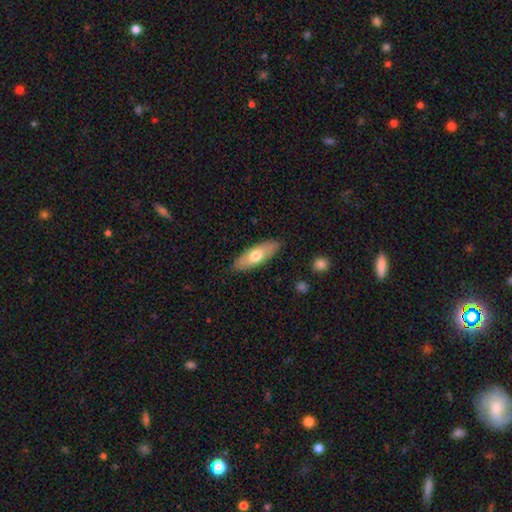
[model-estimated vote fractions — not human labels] Smooth or featured: smooth — 64% (featured or disk — 31%)
How rounded: in between — 60% (cigar-shaped — 38%)
Merging: none — 87% (minor disturbance — 10%)